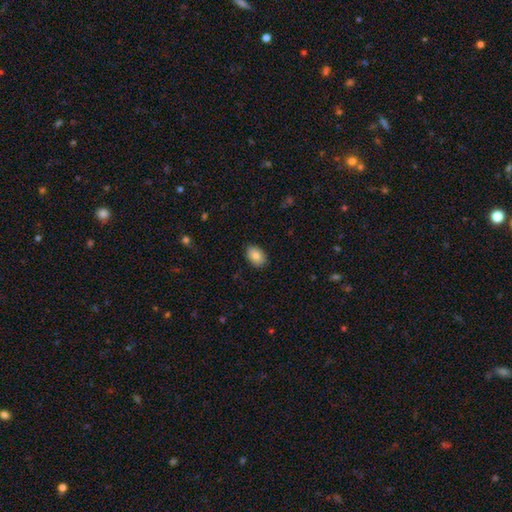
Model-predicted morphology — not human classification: smooth 85%, featured or disk 8%, star or artifact 7%. Down the decision tree: how rounded — in between (88%); merging — none (88%).